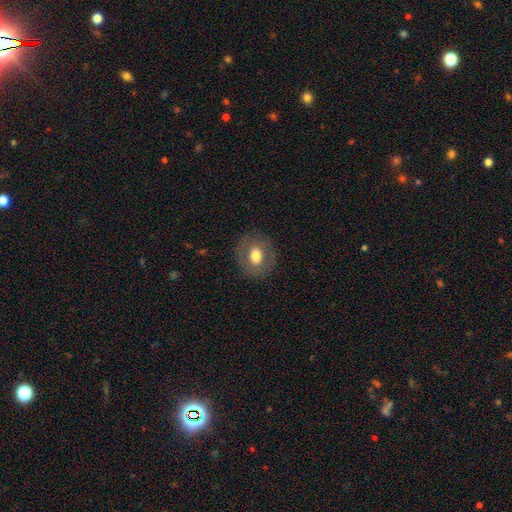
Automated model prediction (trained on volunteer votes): smooth 63%, featured or disk 28%, star or artifact 8%. Down the decision tree: how rounded — round (60%); merging — none (84%).